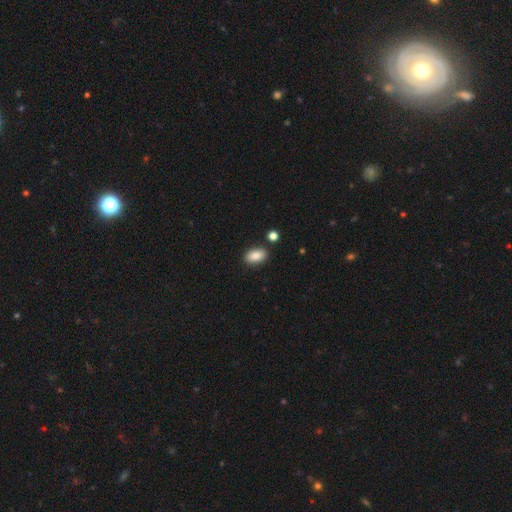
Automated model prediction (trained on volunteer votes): A smooth galaxy with no disk features (86%) that is in between round and cigar-shaped (91%). Merging: none (85%).